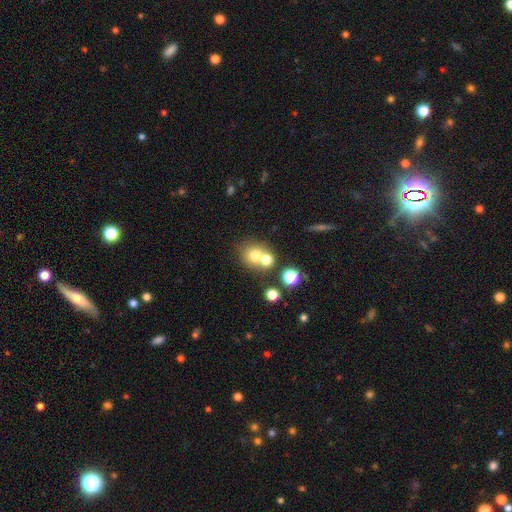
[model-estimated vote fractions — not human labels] smooth 71%, star or artifact 15%, featured or disk 14%. Down the decision tree: how rounded — round (82%); merging — none (47%).